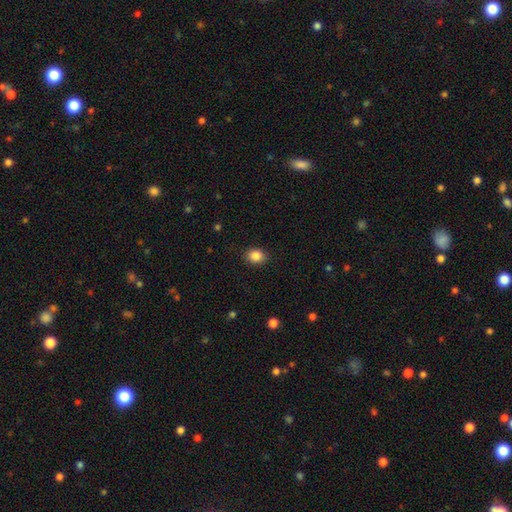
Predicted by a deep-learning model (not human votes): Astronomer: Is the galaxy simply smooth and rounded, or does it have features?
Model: smooth — 86%.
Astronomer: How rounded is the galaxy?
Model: in between — 51% (runner-up: round, 48%).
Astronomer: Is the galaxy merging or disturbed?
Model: none — 88%.